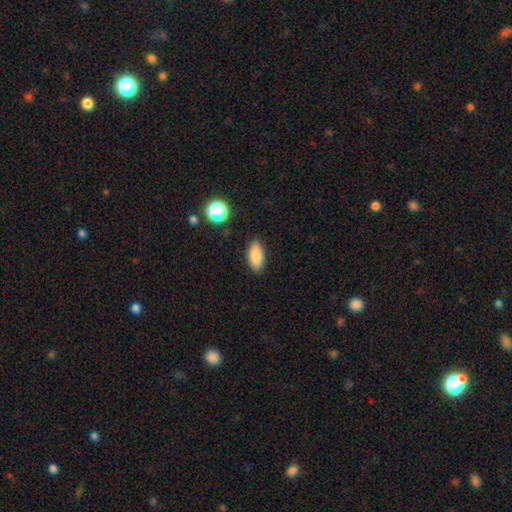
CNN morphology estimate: A smooth galaxy with no disk features (84%) that is in between round and cigar-shaped (88%).

Vote fractions:
- Smooth or featured? smooth: 84% / star or artifact: 8% / featured or disk: 7%
- How rounded? in between: 88% / cigar-shaped: 8% / round: 4%
- Merging? none: 87% / minor disturbance: 9% / major disturbance: 2% / merger: 1%